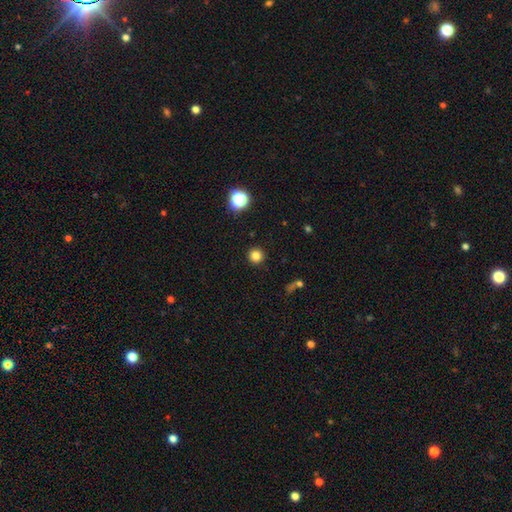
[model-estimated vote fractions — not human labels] Smooth or featured? smooth (83%)
How rounded? round (96%)
Merging? none (93%)